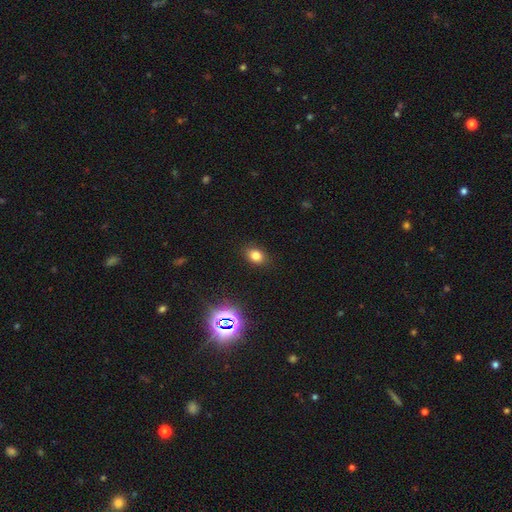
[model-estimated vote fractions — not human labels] Smooth or featured? Predicted: smooth (p=0.77). How rounded? Predicted: in between (p=0.67). Merging? Predicted: none (p=0.87).